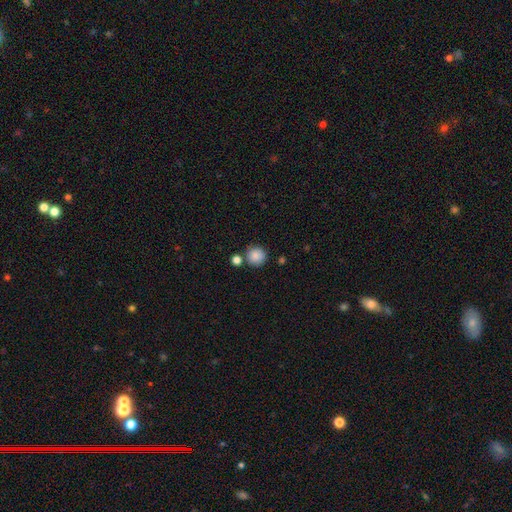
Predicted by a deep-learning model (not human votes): The model was most divided on "merging": none: 77%, merger: 11%, minor disturbance: 9%, major disturbance: 3%. More confident: how rounded — round (93%); smooth or featured — smooth (87%).